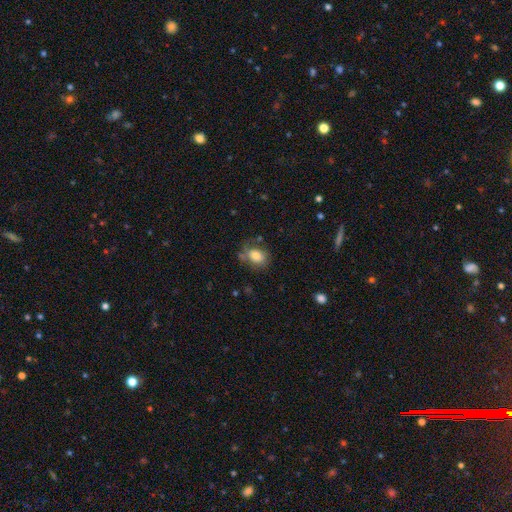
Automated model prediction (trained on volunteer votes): A smooth galaxy with no disk features (76%) that is in between round and cigar-shaped (60%).

Vote fractions:
- Smooth or featured? smooth: 76% / featured or disk: 15% / star or artifact: 9%
- How rounded? in between: 60% / round: 39% / cigar-shaped: 1%
- Merging? none: 60% / minor disturbance: 23% / major disturbance: 10% / merger: 6%